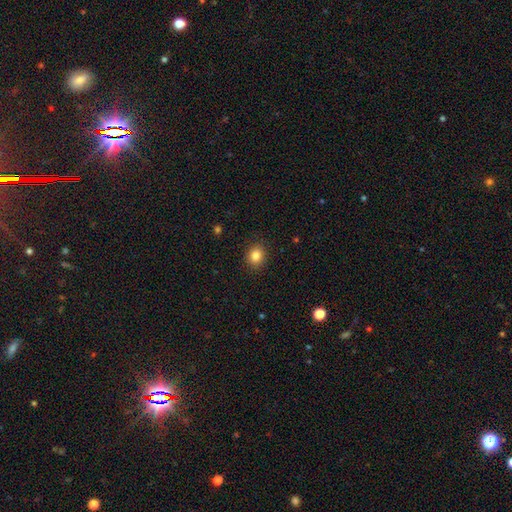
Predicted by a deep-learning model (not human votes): Smooth or featured? Predicted: smooth (p=0.84). How rounded? Predicted: round (p=0.71). Merging? Predicted: none (p=0.90).